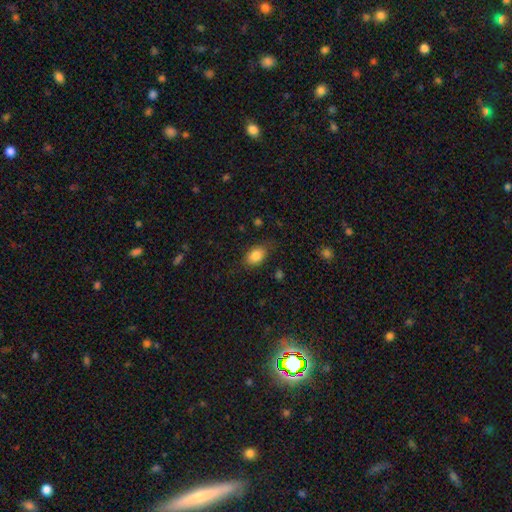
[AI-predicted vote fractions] Smooth or featured: smooth — 85% (star or artifact — 8%)
How rounded: in between — 82% (round — 17%)
Merging: none — 77% (minor disturbance — 17%)